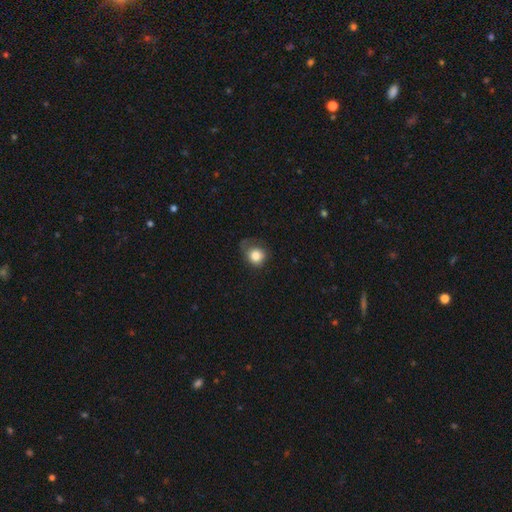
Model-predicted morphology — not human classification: Smooth or featured? Predicted: smooth (p=0.81). How rounded? Predicted: round (p=0.76). Merging? Predicted: none (p=0.45).